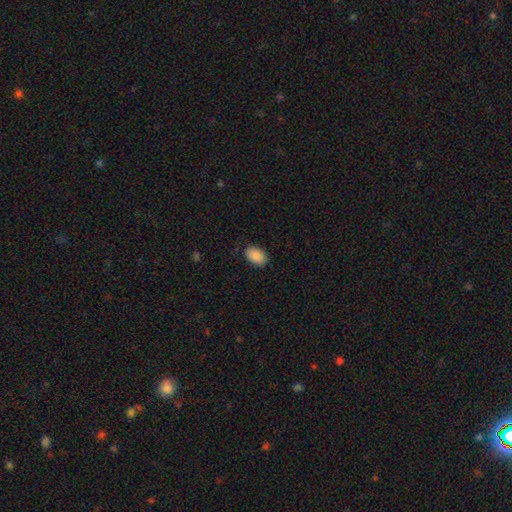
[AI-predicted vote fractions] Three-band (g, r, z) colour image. It shows a smooth galaxy with no disk features (90%) that is in between round and cigar-shaped (90%). Merging: none (84%).